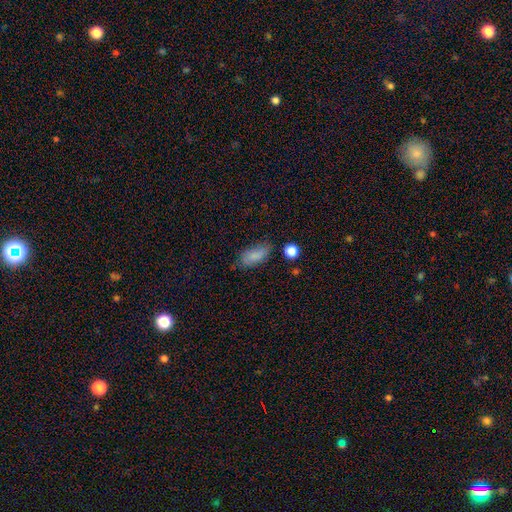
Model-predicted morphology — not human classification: Smooth or featured? smooth (80%)
How rounded? in between (87%)
Merging? none (68%)